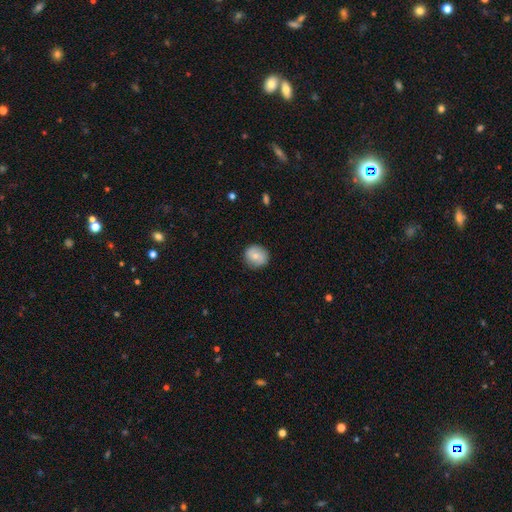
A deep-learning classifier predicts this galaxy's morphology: This is likely a smooth galaxy (73%). How rounded: clearly round (83%). Merging: clearly none (84%).